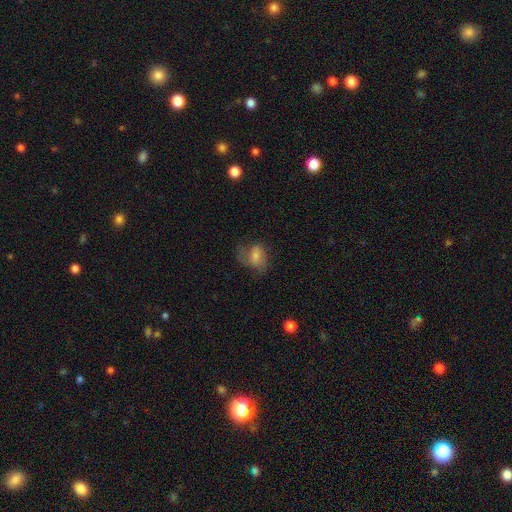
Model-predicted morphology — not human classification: Q: Smooth or featured?
A: smooth (57%); runner-up: featured or disk (34%)
Q: How rounded?
A: in between (77%); runner-up: round (21%)
Q: Merging?
A: none (45%); runner-up: major disturbance (27%)